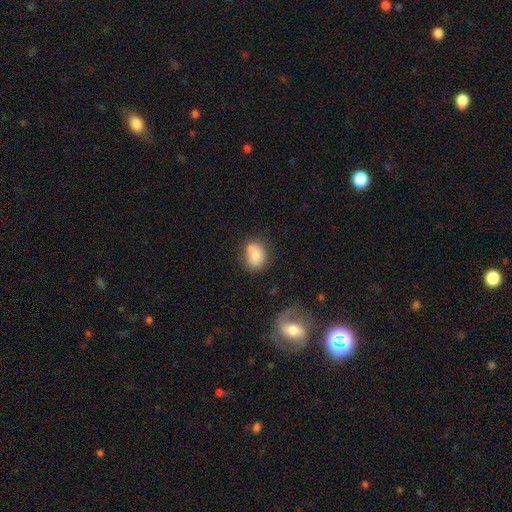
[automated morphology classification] Smooth or featured: smooth — 77% (featured or disk — 14%)
How rounded: in between — 57% (round — 42%)
Merging: none — 49% (merger — 25%)